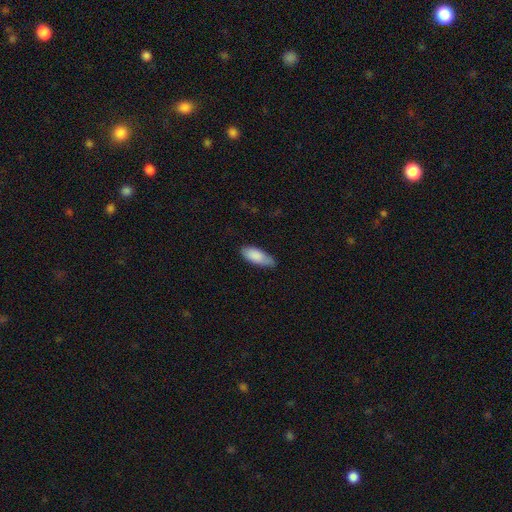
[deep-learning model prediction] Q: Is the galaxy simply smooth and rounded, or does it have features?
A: smooth — 86%.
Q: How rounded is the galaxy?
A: in between — 78%.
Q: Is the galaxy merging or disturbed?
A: none — 64%.